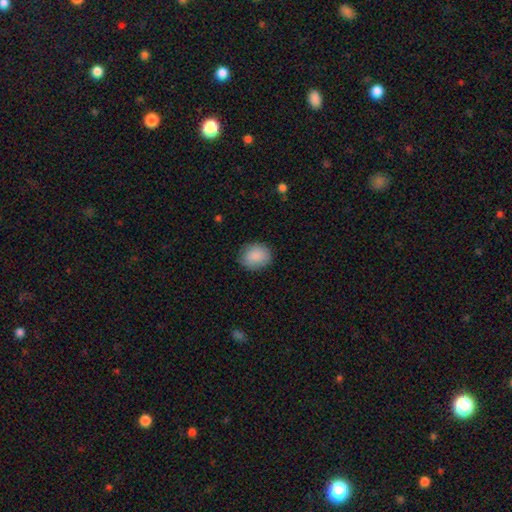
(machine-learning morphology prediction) Q: Smooth or featured?
A: smooth (88%); runner-up: star or artifact (7%)
Q: How rounded?
A: round (63%); runner-up: in between (36%)
Q: Merging?
A: none (83%); runner-up: minor disturbance (13%)